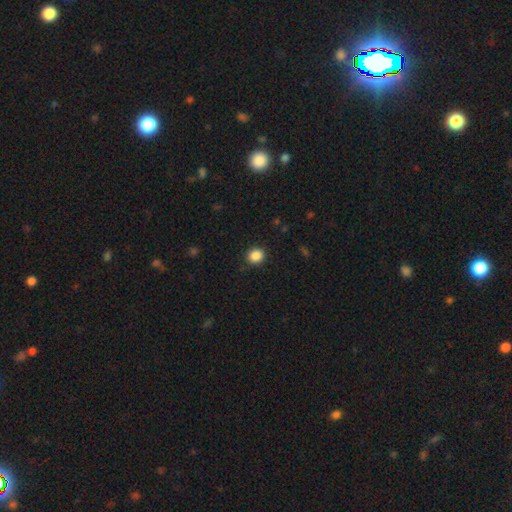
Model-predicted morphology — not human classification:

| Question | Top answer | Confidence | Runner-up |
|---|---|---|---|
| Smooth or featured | smooth | 87% | star or artifact (10%) |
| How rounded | round | 81% | in between (18%) |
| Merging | none | 90% | minor disturbance (7%) |